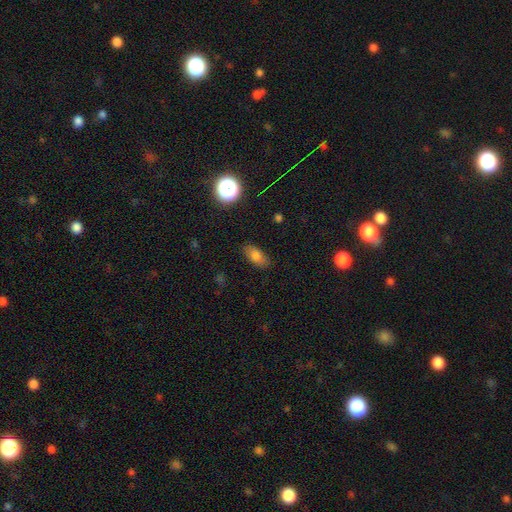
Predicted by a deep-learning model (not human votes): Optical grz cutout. It shows a smooth galaxy with no disk features (77%) that is in between round and cigar-shaped (87%). Merging: none (83%).